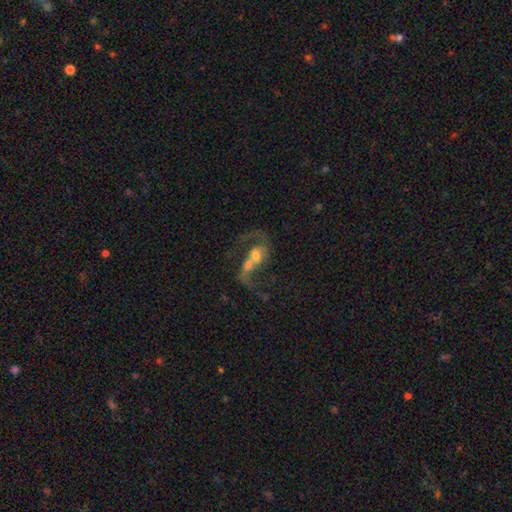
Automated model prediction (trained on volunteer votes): Morphology: type=featured or disk (66%); edge-on=no (96%); bar=no (55%); spiral arms=yes (75%); bulge=moderate (49%); merging=merger (66%).